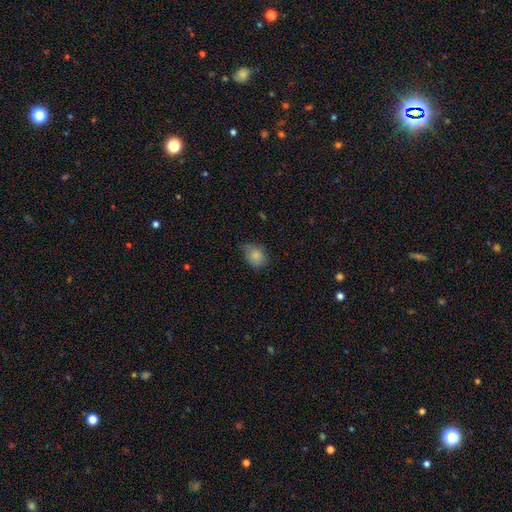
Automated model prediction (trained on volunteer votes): This is clearly a smooth galaxy (81%). How rounded: possibly in between (58%). Merging: possibly none (58%).